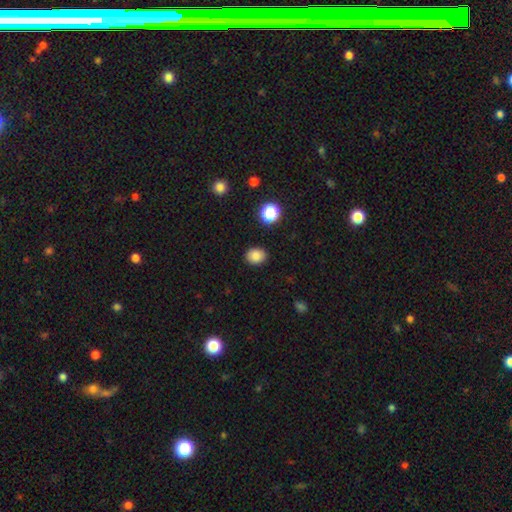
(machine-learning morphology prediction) smooth-or-featured: smooth: 85% | star or artifact: 11% | featured or disk: 4%
  how-rounded: round: 57% | in between: 42% | cigar-shaped: 1%
  merging: none: 88% | minor disturbance: 8% | major disturbance: 2% | merger: 2%